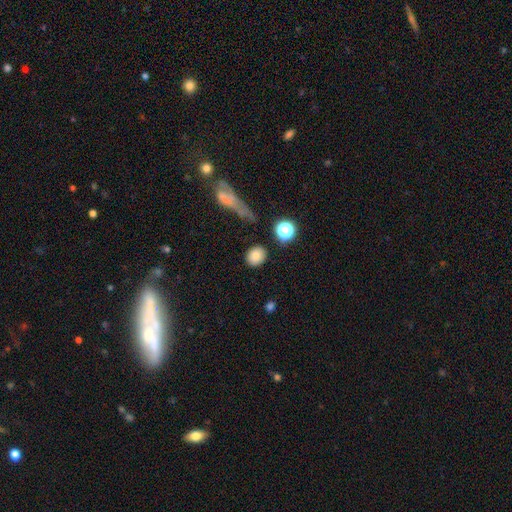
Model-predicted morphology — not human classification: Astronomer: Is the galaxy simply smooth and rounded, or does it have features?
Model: smooth — 82%.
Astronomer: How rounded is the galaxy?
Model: round — 66%.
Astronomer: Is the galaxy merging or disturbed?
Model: none — 83%.